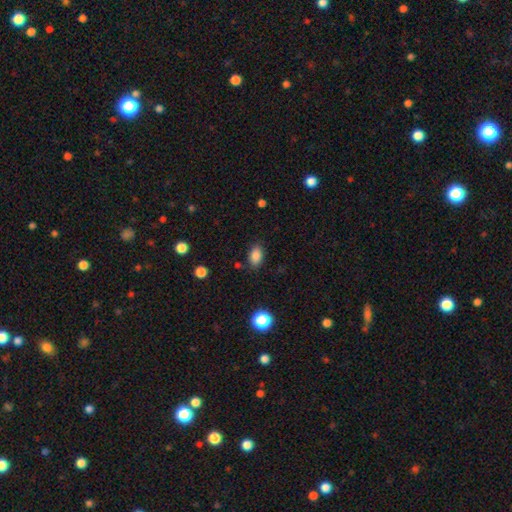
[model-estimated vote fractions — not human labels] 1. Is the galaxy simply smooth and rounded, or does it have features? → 86% smooth, 10% star or artifact, 5% featured or disk.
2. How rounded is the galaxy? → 88% in between, 10% round, 2% cigar-shaped.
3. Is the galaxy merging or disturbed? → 83% none, 12% minor disturbance, 3% major disturbance, 2% merger.